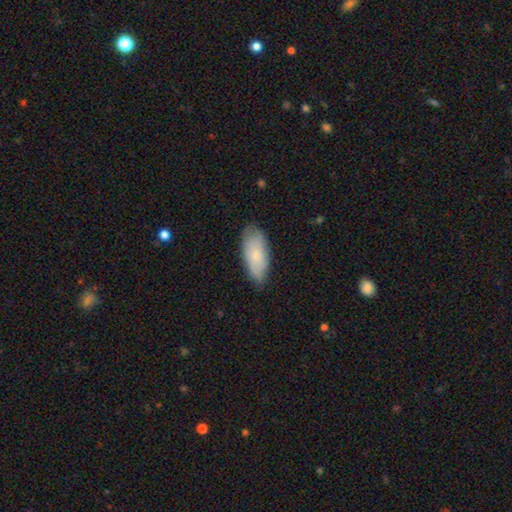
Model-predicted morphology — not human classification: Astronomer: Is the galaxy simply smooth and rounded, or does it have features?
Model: smooth — 74%.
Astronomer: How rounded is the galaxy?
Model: in between — 89%.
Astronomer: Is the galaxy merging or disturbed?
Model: none — 76%.